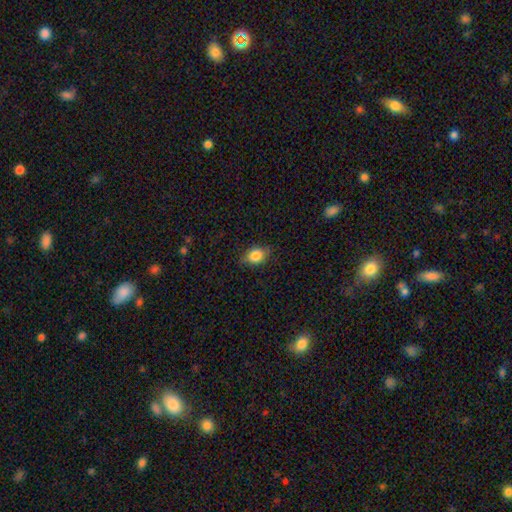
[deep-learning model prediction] A smooth galaxy with no disk features (82%) that is in between round and cigar-shaped (60%). Merging: none (77%).